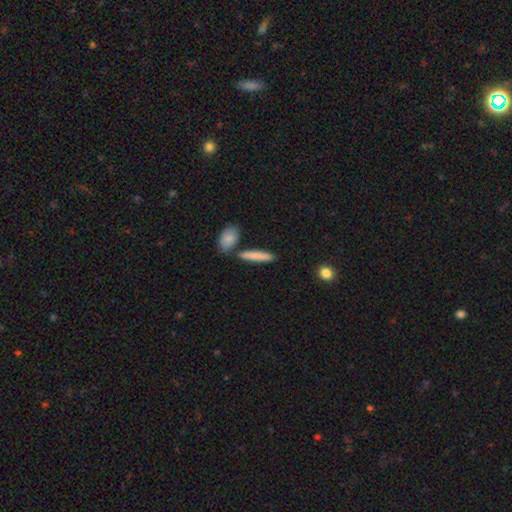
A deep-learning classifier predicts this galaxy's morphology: smooth 81%, featured or disk 14%, star or artifact 6%. Down the decision tree: how rounded — cigar-shaped (80%); merging — none (77%).